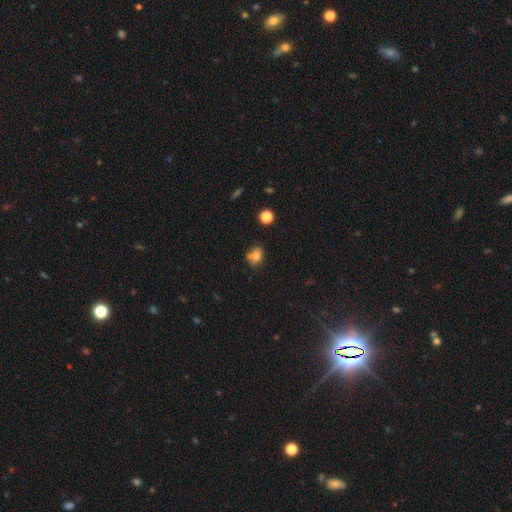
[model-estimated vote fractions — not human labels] smooth_or_featured: smooth (p=0.72) [alt: featured or disk p=0.15]
how_rounded: round (p=0.55) [alt: in between p=0.43]
merging: none (p=0.52) [alt: minor disturbance p=0.23]